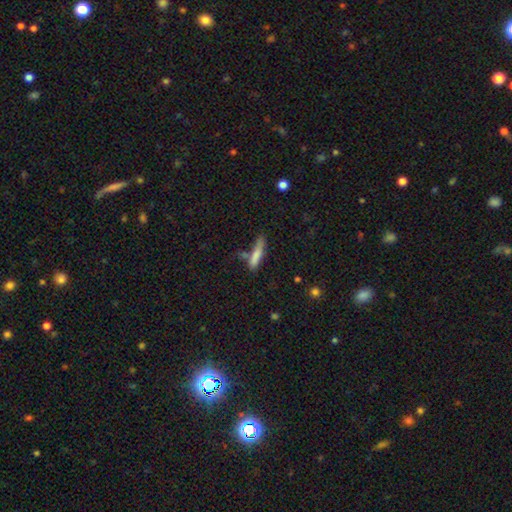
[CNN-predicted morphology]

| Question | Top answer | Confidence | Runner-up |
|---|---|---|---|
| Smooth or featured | smooth | 78% | featured or disk (15%) |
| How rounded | cigar-shaped | 82% | in between (16%) |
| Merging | none | 58% | minor disturbance (22%) |